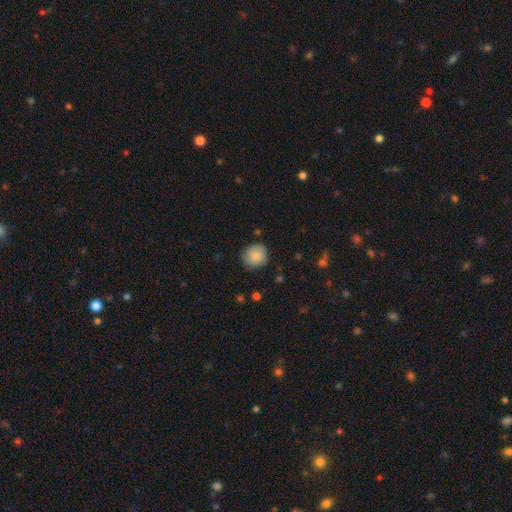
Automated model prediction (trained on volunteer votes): A smooth galaxy with no disk features (86%) that is round (84%).

Vote fractions:
- Smooth or featured? smooth: 86% / featured or disk: 7% / star or artifact: 7%
- How rounded? round: 84% / in between: 15% / cigar-shaped: 1%
- Merging? none: 84% / minor disturbance: 12% / major disturbance: 3% / merger: 1%